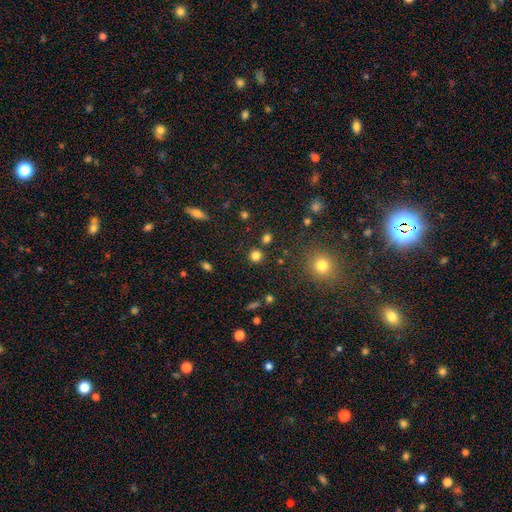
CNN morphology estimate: type=smooth (80%); roundness=round (91%); merging=none (86%).